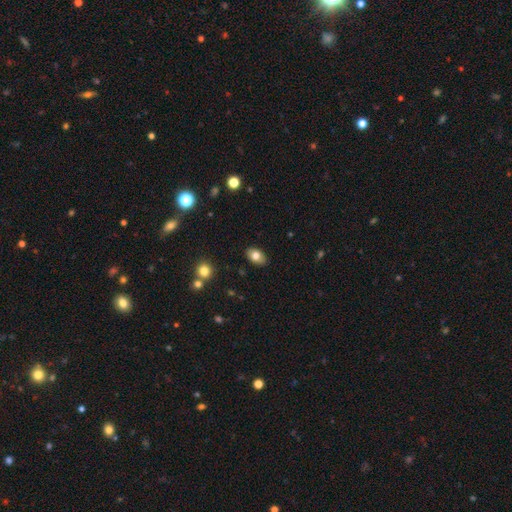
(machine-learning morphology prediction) type=smooth (78%); roundness=in between (89%); merging=none (87%).